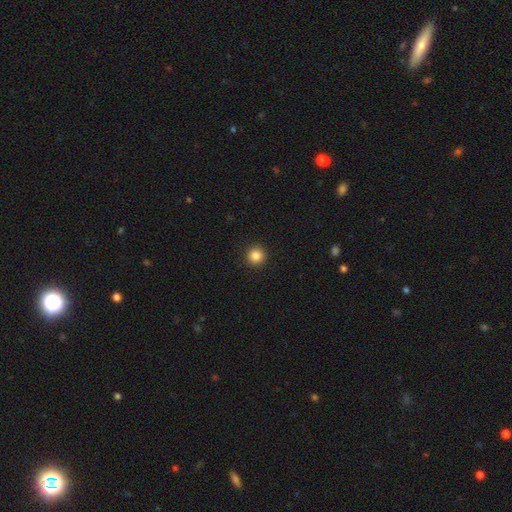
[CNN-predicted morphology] smooth 85%, star or artifact 11%, featured or disk 4%. Down the decision tree: how rounded — round (96%); merging — none (93%).